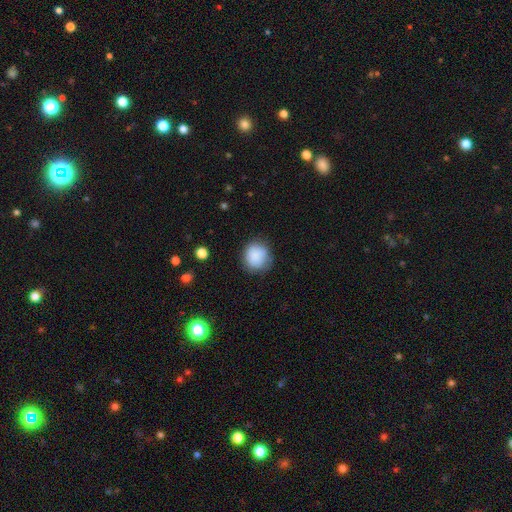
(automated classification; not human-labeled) A smooth galaxy with no disk features (87%) that is round (85%).

Vote fractions:
- Smooth or featured? smooth: 87% / star or artifact: 8% / featured or disk: 5%
- How rounded? round: 85% / in between: 14% / cigar-shaped: 1%
- Merging? none: 76% / minor disturbance: 17% / major disturbance: 5% / merger: 1%